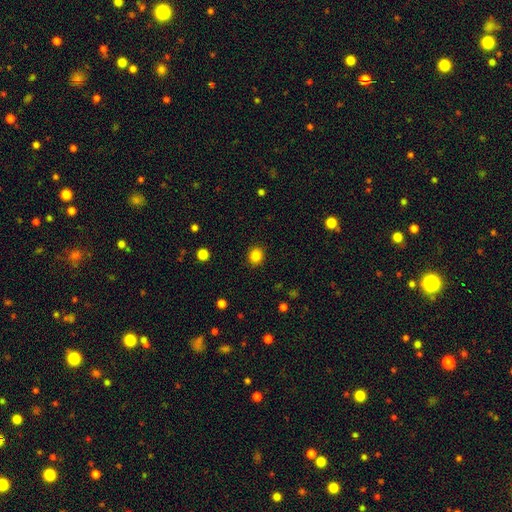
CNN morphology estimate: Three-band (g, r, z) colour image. It shows a smooth galaxy with no disk features (85%) that is round (76%). Merging: none (90%).